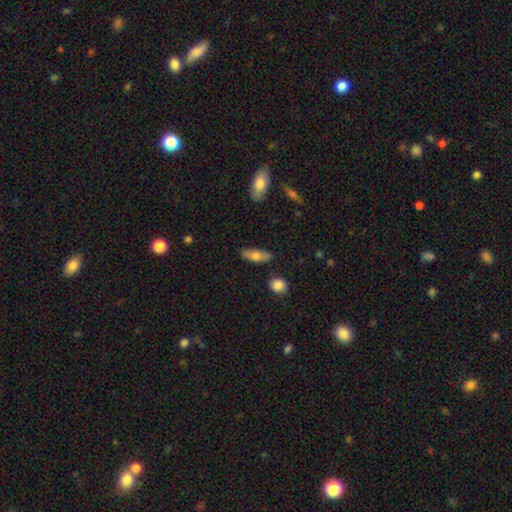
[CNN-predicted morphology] smooth 72%, featured or disk 22%, star or artifact 6%. Down the decision tree: how rounded — in between (60%); merging — none (84%).